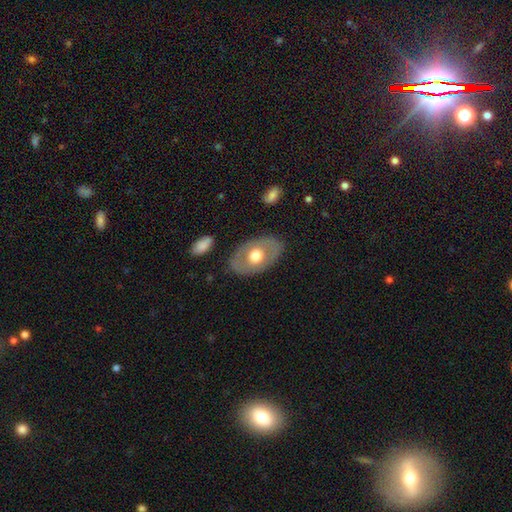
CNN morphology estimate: Smooth or featured: smooth — 49% (featured or disk — 46%)
Merging: none — 83% (minor disturbance — 12%)